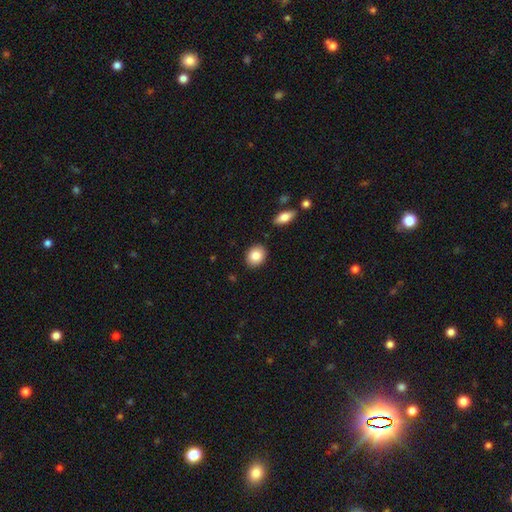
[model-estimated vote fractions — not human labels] A smooth galaxy with no disk features (84%) that is in between round and cigar-shaped (52%).

Vote fractions:
- Smooth or featured? smooth: 84% / featured or disk: 8% / star or artifact: 8%
- How rounded? in between: 52% / round: 46% / cigar-shaped: 1%
- Merging? none: 87% / minor disturbance: 8% / merger: 2% / major disturbance: 2%